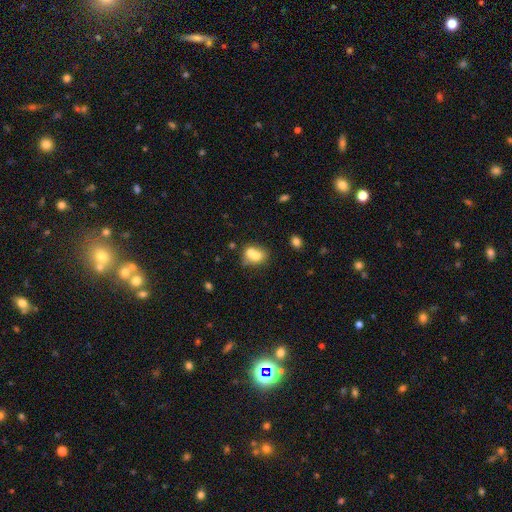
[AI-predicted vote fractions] smooth 68%, featured or disk 22%, star or artifact 10%. Down the decision tree: how rounded — round (57%); merging — merger (60%).